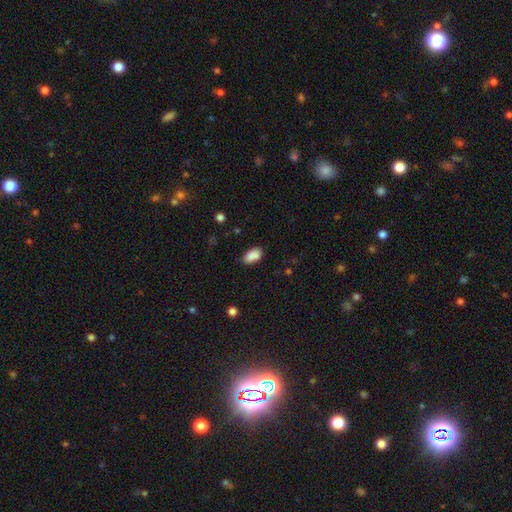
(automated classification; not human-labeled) This appears to be a smooth galaxy with no disk features (88%) that is in between round and cigar-shaped (92%). Merging: none (76%).